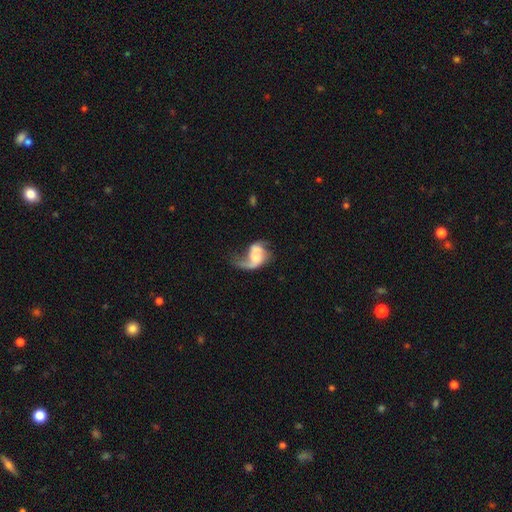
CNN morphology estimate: Smooth or featured? Predicted: featured or disk (p=0.65). Edge-on disk? Predicted: no (p=0.97). Bar? Predicted: no (p=0.67). Spiral arms? Predicted: yes (p=0.79). Bulge size? Predicted: none (p=0.31). Merging? Predicted: major disturbance (p=0.45).